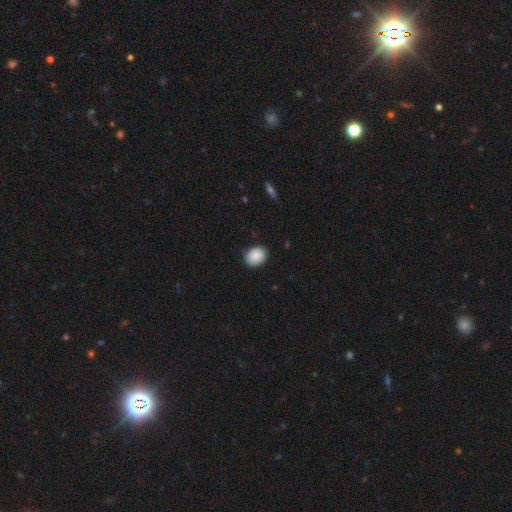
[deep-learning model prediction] A smooth galaxy with no disk features (89%) that is in between round and cigar-shaped (58%). Merging: none (88%).